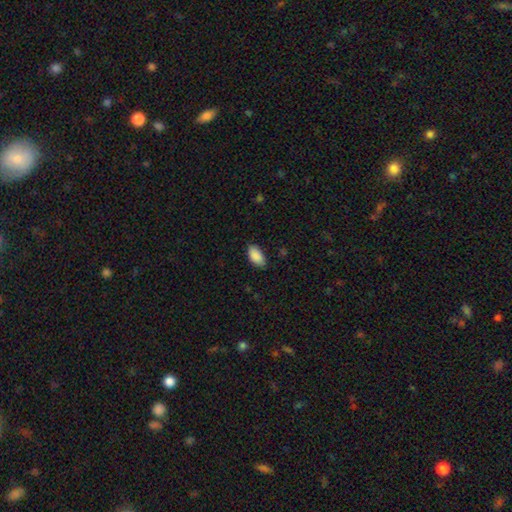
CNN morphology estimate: Overall: smooth (90%). How rounded: in between (94%). Merging: none (82%).